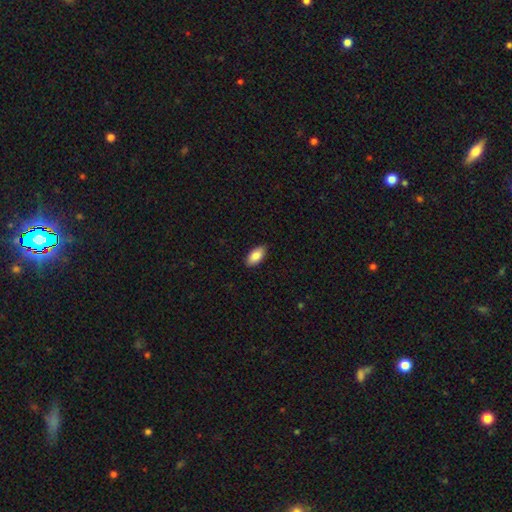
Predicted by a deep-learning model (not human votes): A smooth galaxy with no disk features (87%) that is in between round and cigar-shaped (93%).

Vote fractions:
- Smooth or featured? smooth: 87% / featured or disk: 7% / star or artifact: 6%
- How rounded? in between: 93% / cigar-shaped: 5% / round: 2%
- Merging? none: 89% / minor disturbance: 9% / major disturbance: 2% / merger: 1%